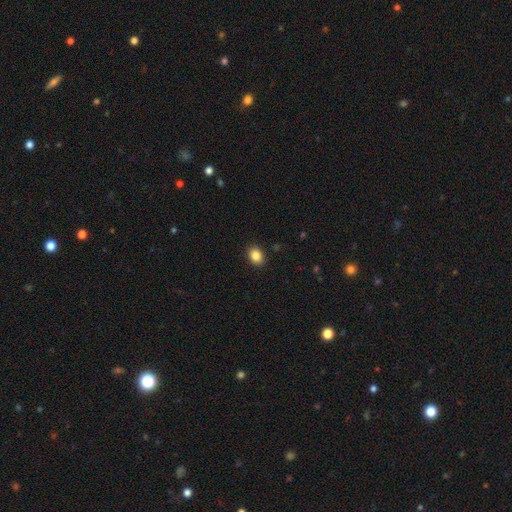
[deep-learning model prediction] This appears to be a smooth galaxy with no disk features (86%) that is in between round and cigar-shaped (59%). Merging: none (90%).